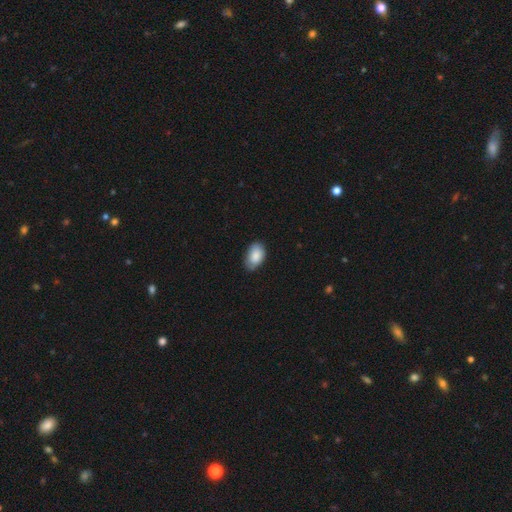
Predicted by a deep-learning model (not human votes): Q: Smooth or featured?
A: smooth (86%); runner-up: featured or disk (7%)
Q: How rounded?
A: in between (92%); runner-up: round (7%)
Q: Merging?
A: none (72%); runner-up: minor disturbance (23%)